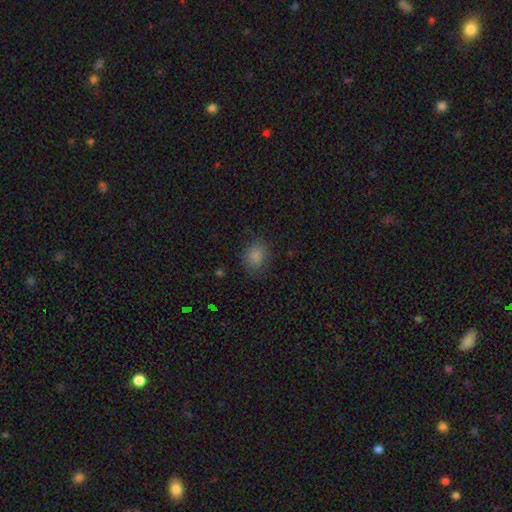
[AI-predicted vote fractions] Smooth or featured: smooth — 82% (star or artifact — 12%)
How rounded: round — 65% (in between — 34%)
Merging: none — 78% (minor disturbance — 16%)